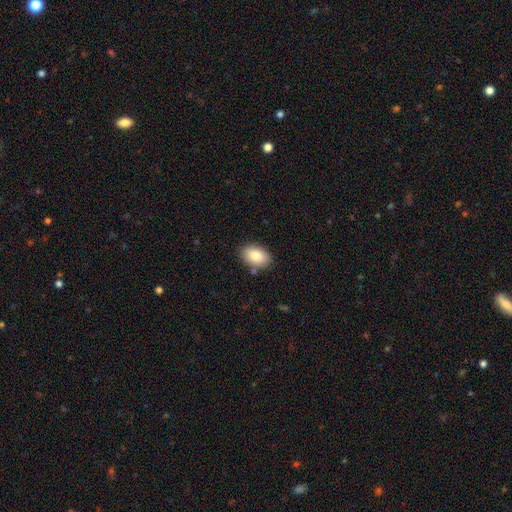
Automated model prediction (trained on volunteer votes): This appears to be a smooth galaxy with no disk features (83%) that is in between round and cigar-shaped (88%). Merging: none (84%).